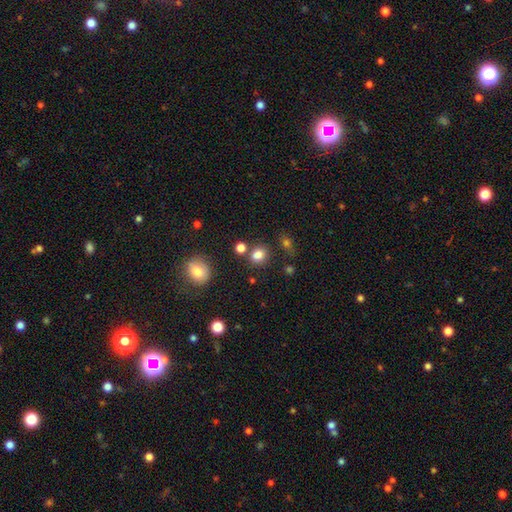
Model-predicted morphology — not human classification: Overall: smooth (81%). How rounded: round (68%; in between 31%). Merging: none (73%).